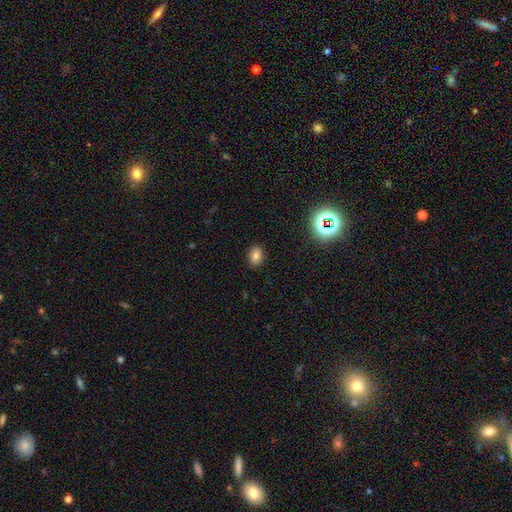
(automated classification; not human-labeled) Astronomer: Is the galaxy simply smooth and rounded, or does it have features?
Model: smooth — 80%.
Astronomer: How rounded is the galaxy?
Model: in between — 72%.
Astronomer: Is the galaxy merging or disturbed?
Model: none — 88%.